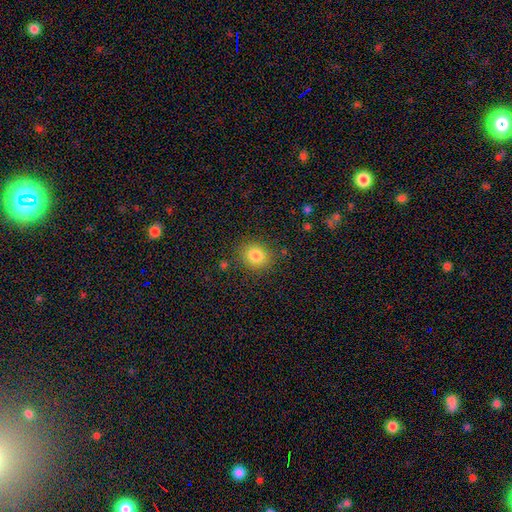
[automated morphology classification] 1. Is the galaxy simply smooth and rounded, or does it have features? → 82% smooth, 11% star or artifact, 7% featured or disk.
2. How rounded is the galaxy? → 71% round, 28% in between, 1% cigar-shaped.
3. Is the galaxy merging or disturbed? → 84% none, 11% minor disturbance, 3% major disturbance, 2% merger.